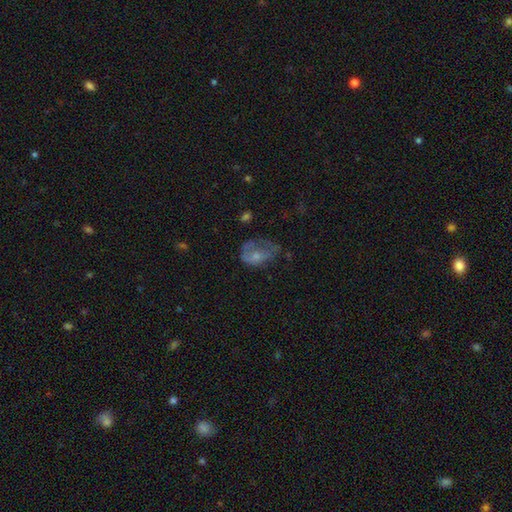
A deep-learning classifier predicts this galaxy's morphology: smooth 49%, featured or disk 39%, star or artifact 11%. Down the decision tree: merging — major disturbance (43%).